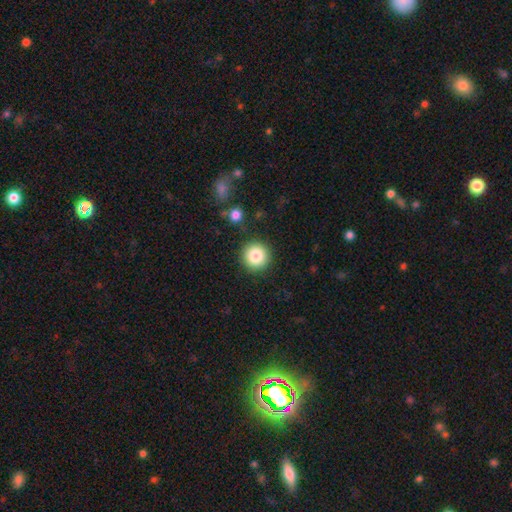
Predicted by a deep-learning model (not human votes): Morphology: type=smooth (83%); roundness=round (95%); merging=none (89%).